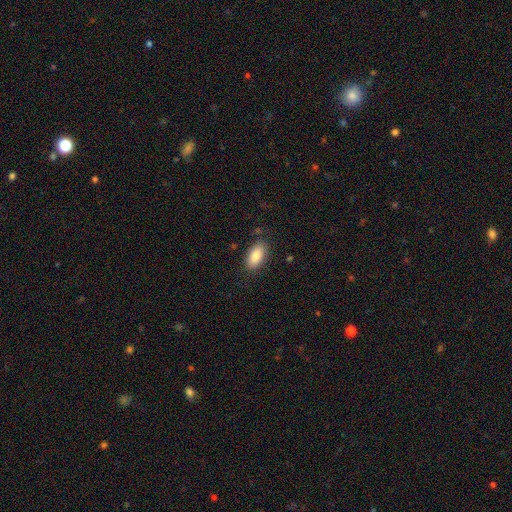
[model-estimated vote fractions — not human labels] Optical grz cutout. It shows a smooth galaxy with no disk features (87%) that is in between round and cigar-shaped (91%). Merging: none (84%).